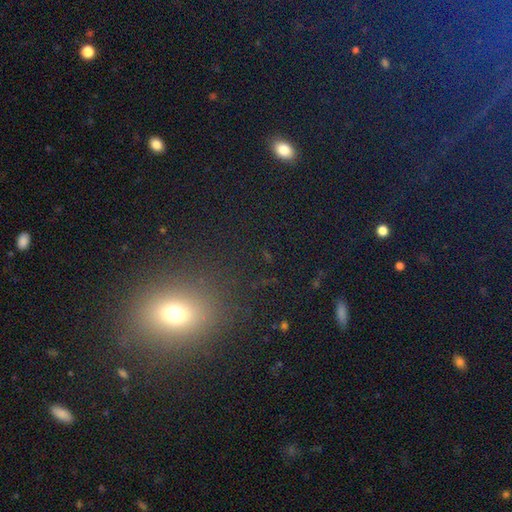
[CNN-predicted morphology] Smooth or featured: smooth — 55% (star or artifact — 35%)
How rounded: in between — 56% (round — 41%)
Merging: none — 89% (minor disturbance — 6%)